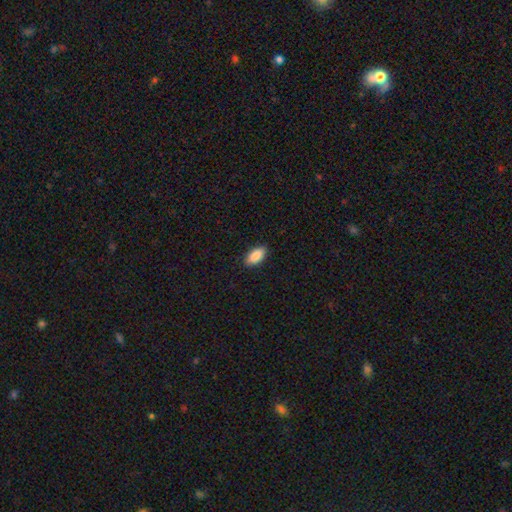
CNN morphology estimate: This is clearly a smooth galaxy (89%). How rounded: clearly in between (90%). Merging: clearly none (88%).